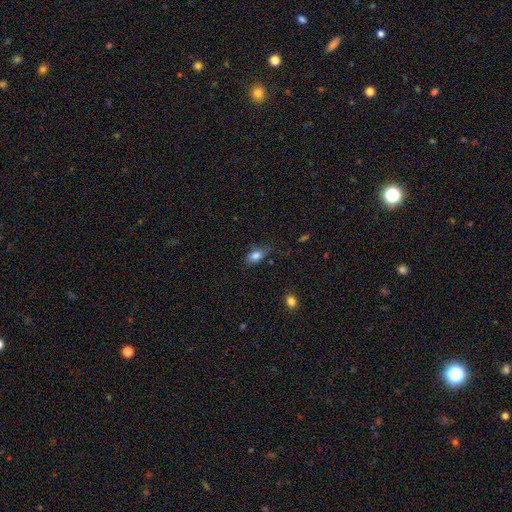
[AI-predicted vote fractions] Smooth or featured? Predicted: smooth (p=0.81). How rounded? Predicted: in between (p=0.84). Merging? Predicted: none (p=0.63).